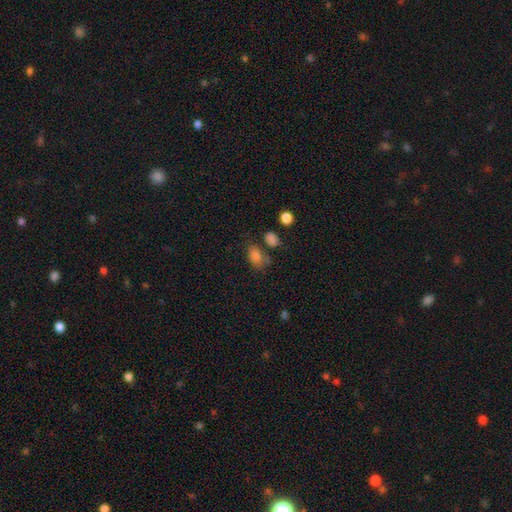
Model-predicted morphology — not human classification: This is likely a smooth galaxy (78%). How rounded: likely in between (78%). Merging: possibly none (52%).